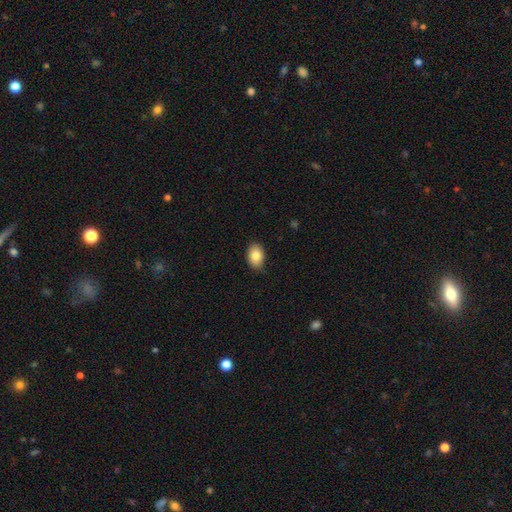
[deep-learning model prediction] smooth 85%, star or artifact 8%, featured or disk 7%. Down the decision tree: how rounded — in between (85%); merging — none (85%).